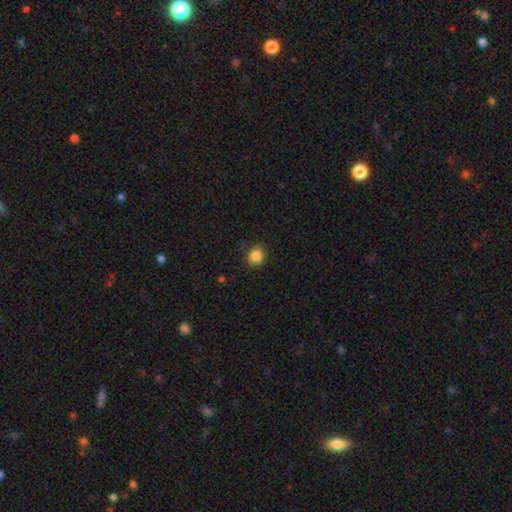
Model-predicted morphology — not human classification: Q: Smooth or featured?
A: smooth (85%); runner-up: star or artifact (10%)
Q: How rounded?
A: round (73%); runner-up: in between (26%)
Q: Merging?
A: none (84%); runner-up: minor disturbance (12%)